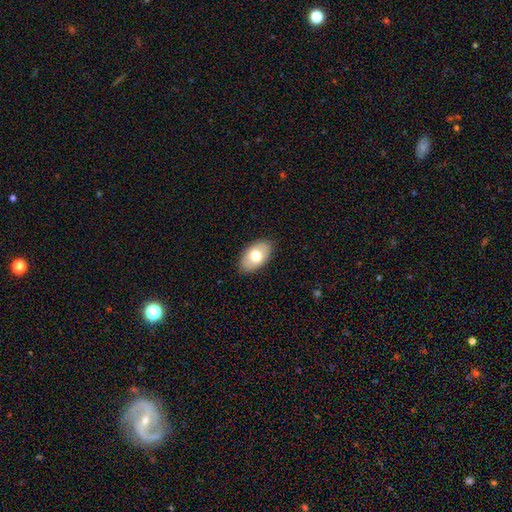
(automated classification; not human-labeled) This is likely a smooth galaxy (72%). How rounded: clearly in between (93%). Merging: clearly none (87%).